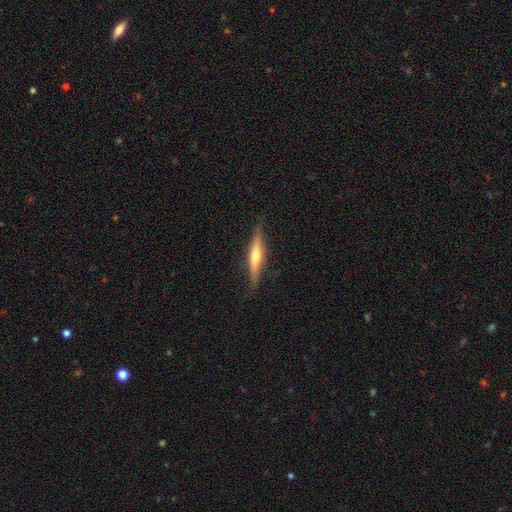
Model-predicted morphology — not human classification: smooth-or-featured: featured or disk: 63% | smooth: 32% | star or artifact: 6%
  disk-edge-on: yes: 96% | no: 4%
    edge-on-bulge: rounded: 83% | none: 10% | boxy: 7%
  merging: none: 85% | minor disturbance: 12% | major disturbance: 2% | merger: 1%